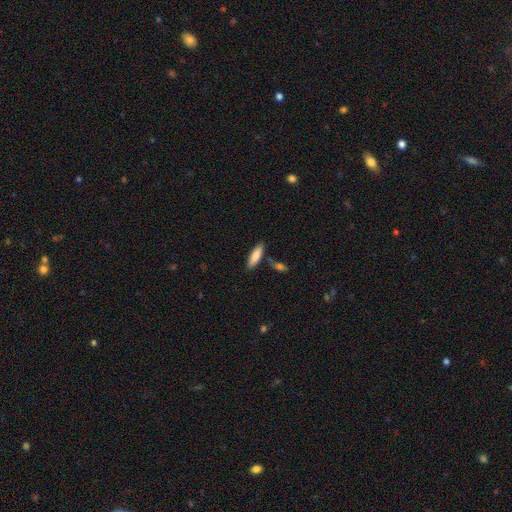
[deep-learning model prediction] smooth_or_featured: smooth (p=0.84) [alt: featured or disk p=0.10]
how_rounded: in between (p=0.49) [tied with: cigar-shaped p=0.49]
merging: none (p=0.80) [alt: minor disturbance p=0.12]